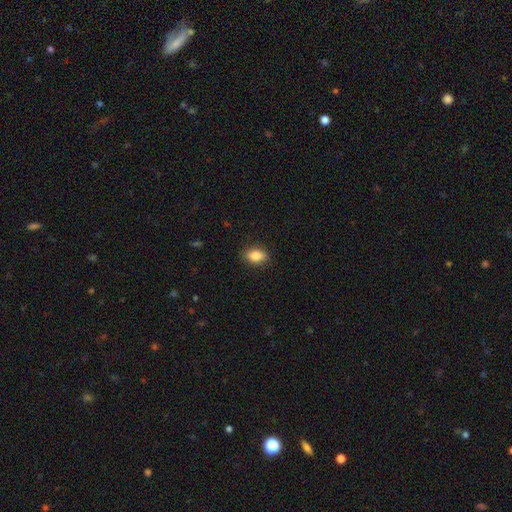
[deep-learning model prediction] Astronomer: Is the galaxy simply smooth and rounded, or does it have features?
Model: smooth — 86%.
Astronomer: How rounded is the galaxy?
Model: in between — 86%.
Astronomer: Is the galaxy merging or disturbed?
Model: none — 87%.